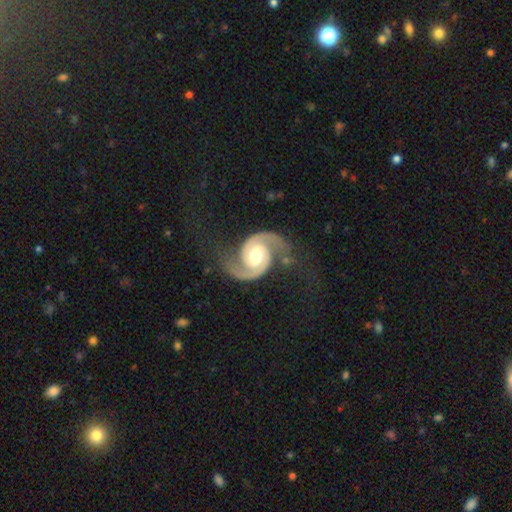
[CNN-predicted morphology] Overall: featured or disk (93%). Edge-on disk: no (98%). Bar: weak (45%; no 37%). Spiral arms: yes (99%). Spiral arm count: 2 (94%). Spiral winding: medium (57%; tight 26%). Bulge size: moderate (71%). Merging: none (72%).